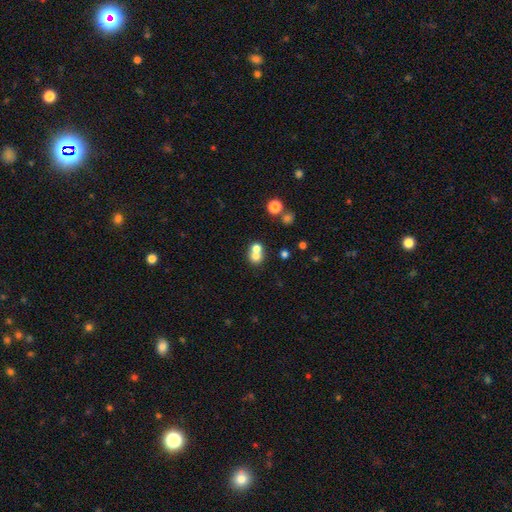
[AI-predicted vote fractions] Smooth or featured?
  - smooth: 71% *
  - featured or disk: 16%
  - star or artifact: 13%
How rounded?
  - round: 78% *
  - in between: 21%
  - cigar-shaped: 1%
Merging?
  - merger: 56% *
  - none: 36%
  - minor disturbance: 5%
  - major disturbance: 3%